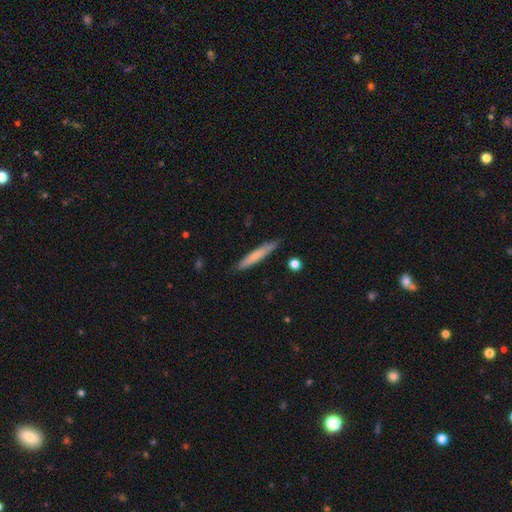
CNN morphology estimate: The model was most divided on "smooth or featured": smooth: 68%, featured or disk: 26%, star or artifact: 6%. More confident: how rounded — cigar-shaped (95%); merging — none (86%).